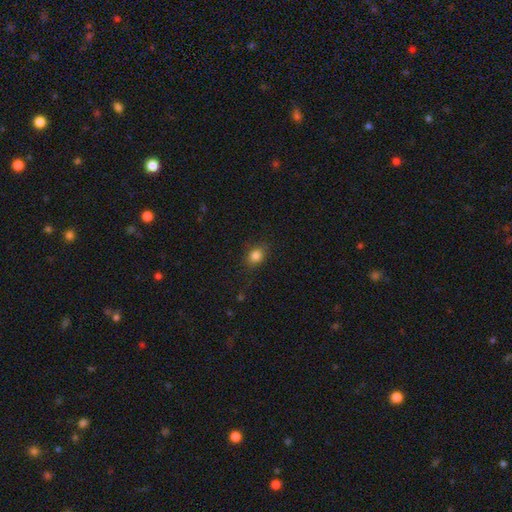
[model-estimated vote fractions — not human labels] Smooth or featured? smooth (83%)
How rounded? round (50%)
Merging? none (83%)